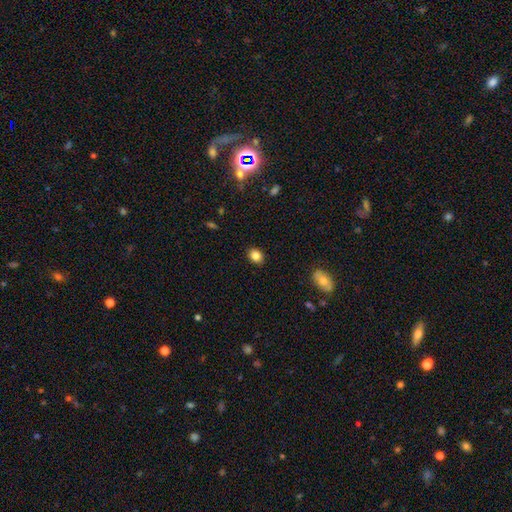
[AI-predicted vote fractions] Smooth or featured? Predicted: smooth (p=0.83). How rounded? Predicted: in between (p=0.52). Merging? Predicted: none (p=0.89).